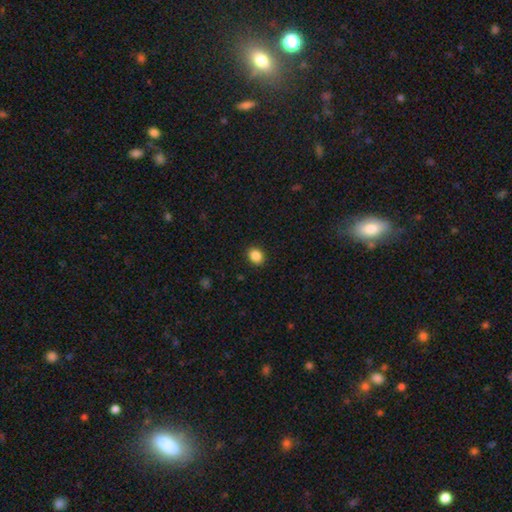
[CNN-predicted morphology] Smooth or featured? smooth (87%)
How rounded? round (53%)
Merging? none (90%)